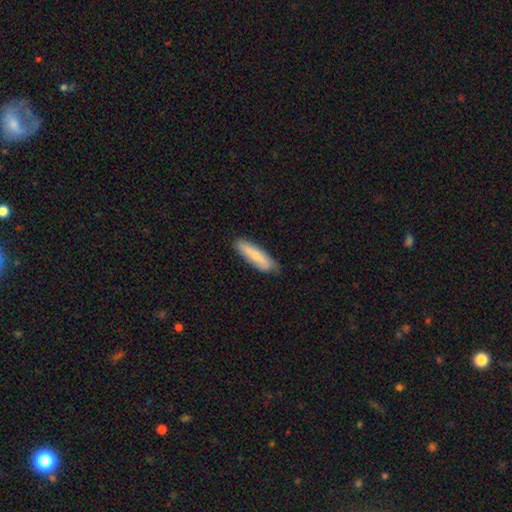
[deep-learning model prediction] A smooth galaxy with no disk features (70%) that is cigar-shaped (64%). Merging: none (78%).